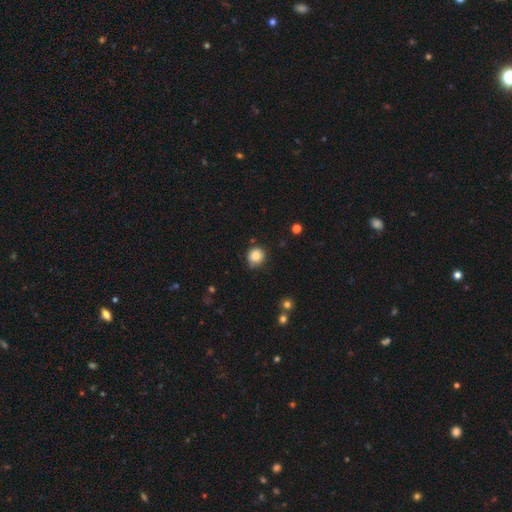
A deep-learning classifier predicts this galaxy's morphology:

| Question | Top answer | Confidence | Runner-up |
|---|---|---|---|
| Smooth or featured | smooth | 82% | star or artifact (10%) |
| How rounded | round | 88% | in between (11%) |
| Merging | none | 78% | minor disturbance (17%) |